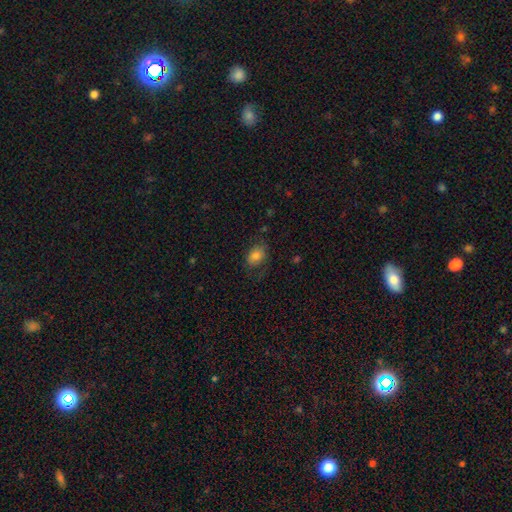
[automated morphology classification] smooth-or-featured: smooth: 80% | featured or disk: 11% | star or artifact: 9%
  how-rounded: in between: 77% | round: 22% | cigar-shaped: 1%
  merging: none: 65% | minor disturbance: 22% | major disturbance: 12% | merger: 1%